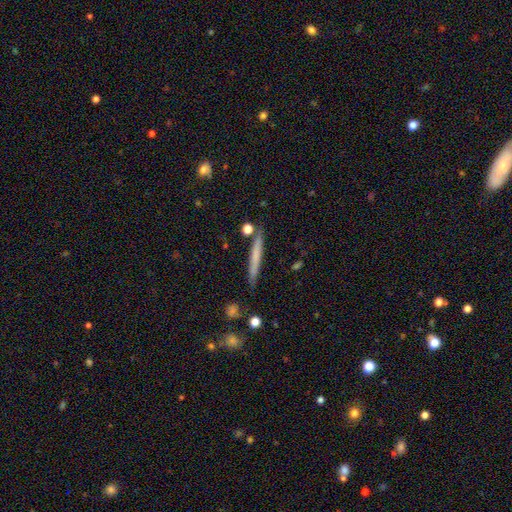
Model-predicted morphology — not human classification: Smooth or featured? smooth (59%)
How rounded? cigar-shaped (96%)
Merging? none (84%)